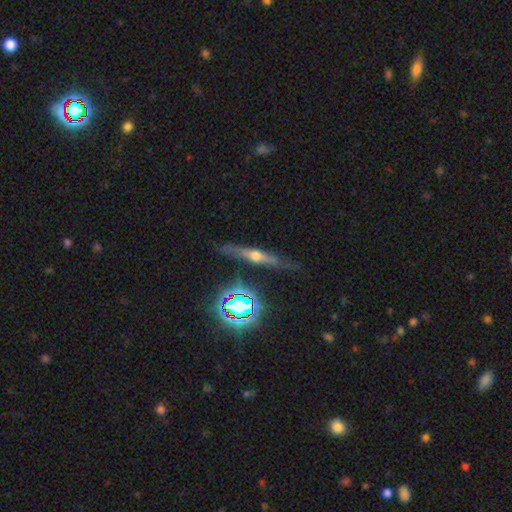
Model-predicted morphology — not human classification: A featured or disk galaxy (67%) viewed edge-on (93%) with a rounded central bulge (89%).

Vote fractions:
- Smooth or featured? featured or disk: 67% / smooth: 21% / star or artifact: 12%
- Edge-on disk? yes: 93% / no: 7%
- Edge-on bulge? rounded: 89% / boxy: 6% / none: 5%
- Merging? none: 76% / minor disturbance: 17% / major disturbance: 5% / merger: 3%